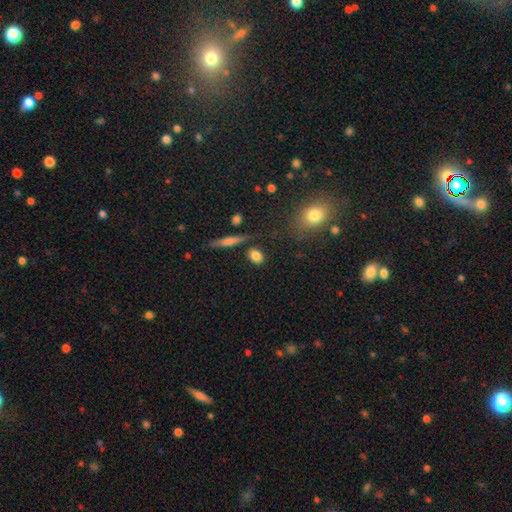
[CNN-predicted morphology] The model was most divided on "how rounded": in between: 57%, round: 37%, cigar-shaped: 6%. More confident: smooth or featured — smooth (83%); merging — none (80%).